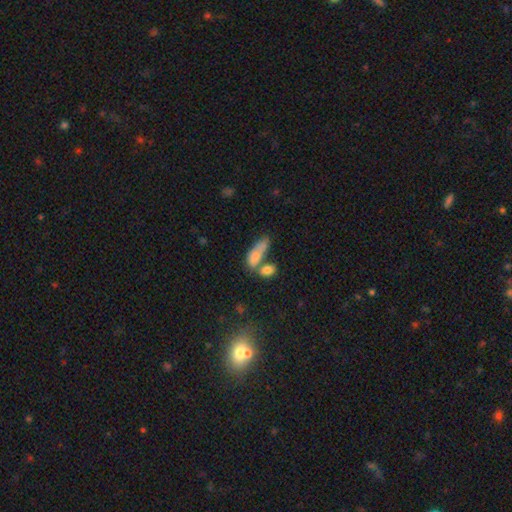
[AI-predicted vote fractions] Overall: smooth (77%). How rounded: in between (74%). Merging: merger (46%; none 28%).